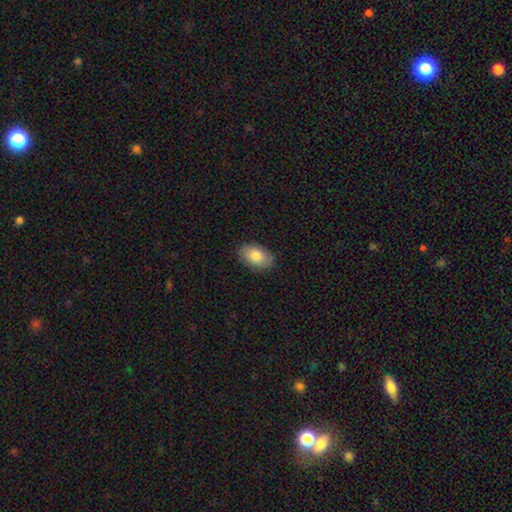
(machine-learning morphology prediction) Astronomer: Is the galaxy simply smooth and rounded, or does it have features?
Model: smooth — 82%.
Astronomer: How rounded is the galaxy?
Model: in between — 91%.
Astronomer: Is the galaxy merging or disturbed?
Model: none — 86%.